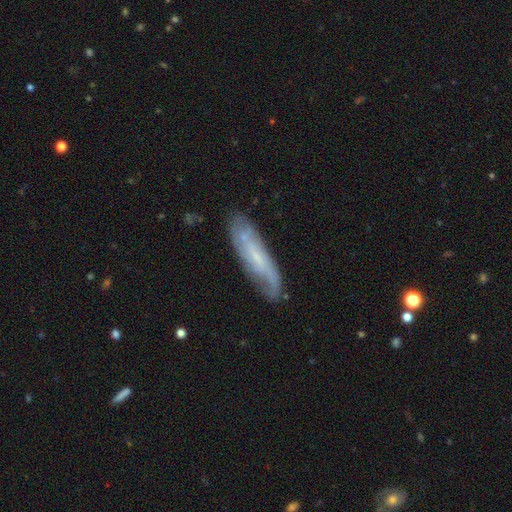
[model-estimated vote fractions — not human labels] Smooth or featured: featured or disk — 64% (smooth — 29%)
Edge-on disk: no — 70% (yes — 30%)
Merging: none — 74% (minor disturbance — 19%)